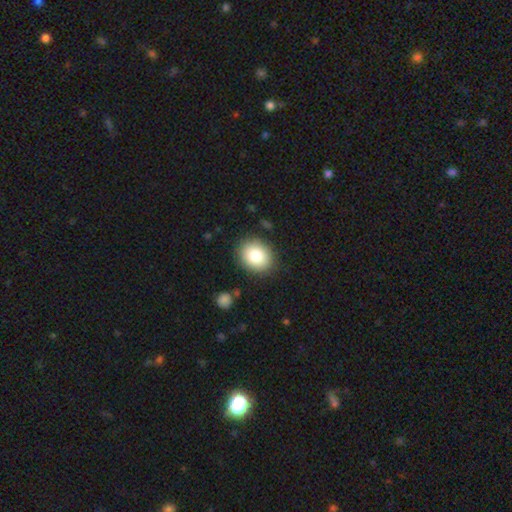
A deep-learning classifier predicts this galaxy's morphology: This is clearly a smooth galaxy (82%). How rounded: possibly round (57%). Merging: clearly none (87%).